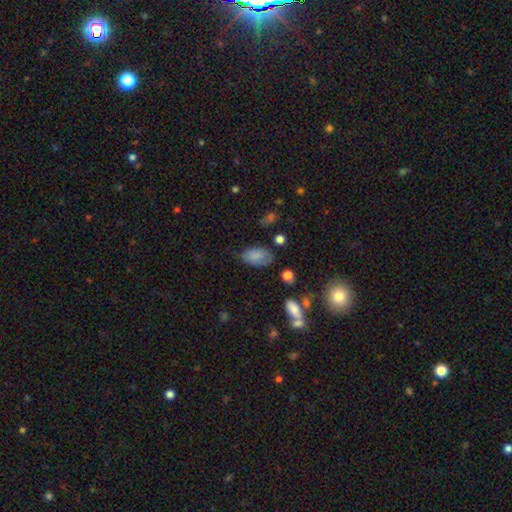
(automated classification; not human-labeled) This is clearly a smooth galaxy (81%). How rounded: clearly in between (93%). Merging: likely none (65%).